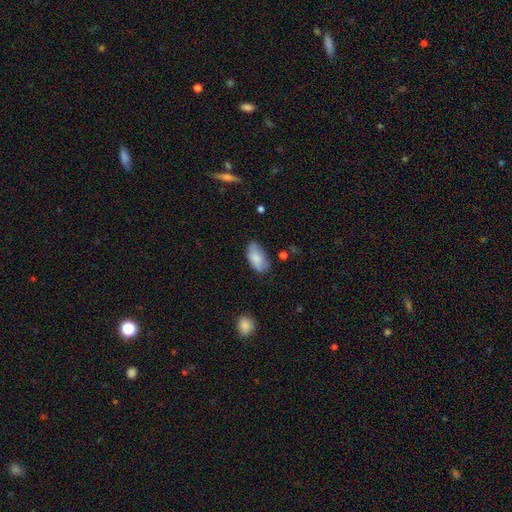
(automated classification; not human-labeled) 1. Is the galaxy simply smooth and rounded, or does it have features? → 81% smooth, 12% featured or disk, 7% star or artifact.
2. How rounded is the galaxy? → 94% in between, 3% round, 3% cigar-shaped.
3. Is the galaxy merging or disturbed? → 71% none, 23% minor disturbance, 5% major disturbance, 2% merger.